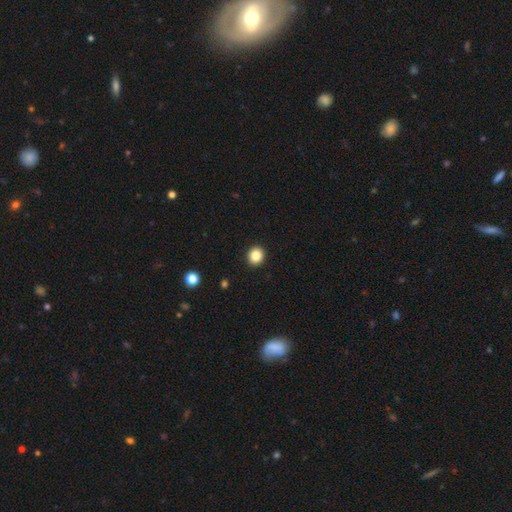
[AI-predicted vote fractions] Smooth or featured: smooth — 85% (star or artifact — 10%)
How rounded: round — 81% (in between — 18%)
Merging: none — 93% (minor disturbance — 5%)